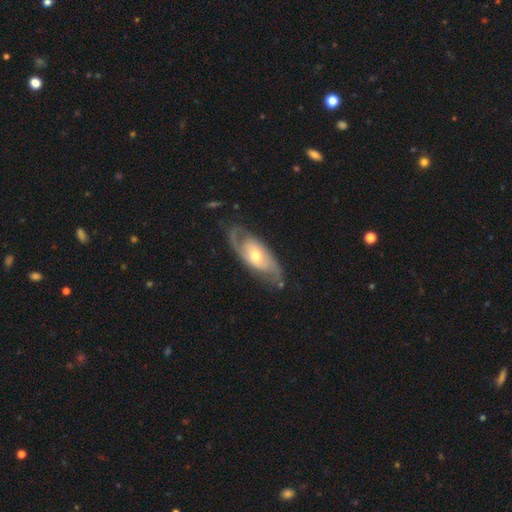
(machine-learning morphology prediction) A featured or disk galaxy (81%) with no bar (62%), 2 (81%) medium (43%) spiral arms (91%) and a moderate central bulge (62%).

Vote fractions:
- Smooth or featured? featured or disk: 81% / smooth: 14% / star or artifact: 5%
- Edge-on disk? no: 91% / yes: 9%
- Bar? no: 62% / weak: 28% / strong: 9%
- Spiral arms? yes: 91% / no: 9%
- Spiral winding? medium: 43% / tight: 33% / loose: 24%
- Spiral arm count? 2: 81% / can't tell: 10% / 1: 5% / 3: 2% / 4: 1% / more than 4: 1%
- Bulge size? moderate: 62% / small: 32% / large: 5% / none: 1% / dominant: 1%
- Merging? none: 74% / minor disturbance: 16% / major disturbance: 7% / merger: 2%